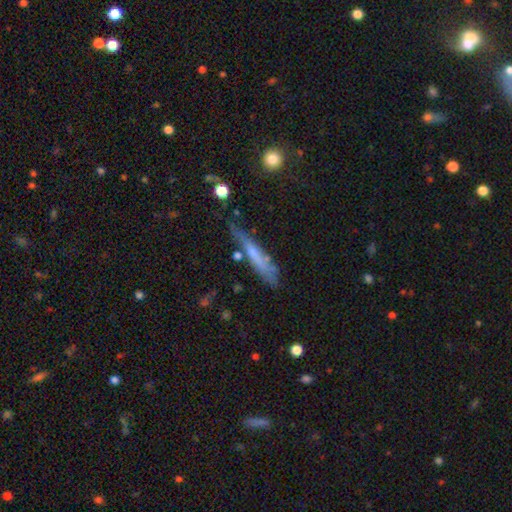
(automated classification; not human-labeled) smooth_or_featured: smooth (p=0.50) [alt: featured or disk p=0.43]
merging: none (p=0.59) [alt: minor disturbance p=0.27]